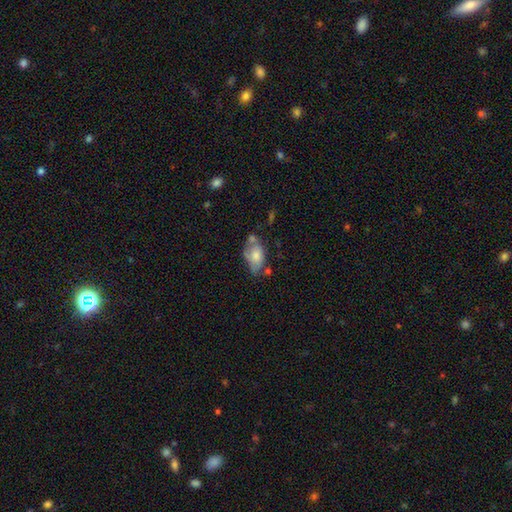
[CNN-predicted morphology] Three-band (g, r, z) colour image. It shows a smooth galaxy with no disk features (64%) that is in between round and cigar-shaped (90%). Merging: none (35%).